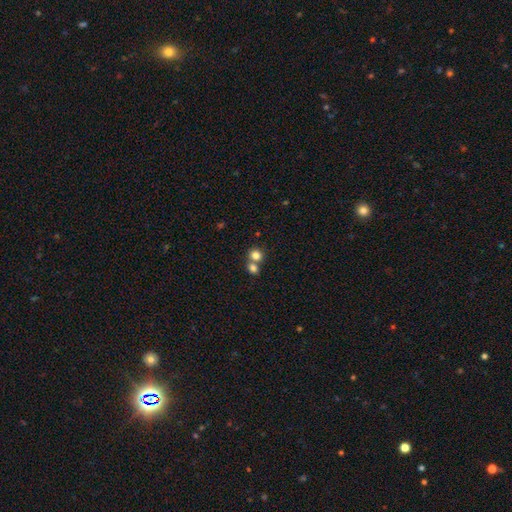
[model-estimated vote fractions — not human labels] Smooth or featured: smooth — 81% (star or artifact — 11%)
How rounded: round — 80% (in between — 19%)
Merging: merger — 49% (none — 43%)